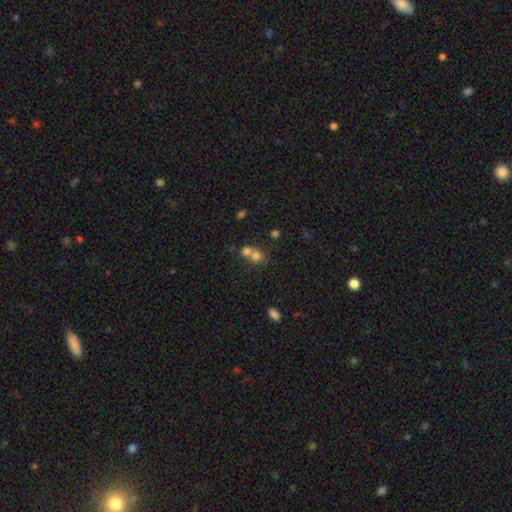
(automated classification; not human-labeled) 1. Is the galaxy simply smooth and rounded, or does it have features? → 73% smooth, 13% star or artifact, 13% featured or disk.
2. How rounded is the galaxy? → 75% round, 24% in between, 1% cigar-shaped.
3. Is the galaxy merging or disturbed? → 60% merger, 32% none, 5% minor disturbance, 3% major disturbance.